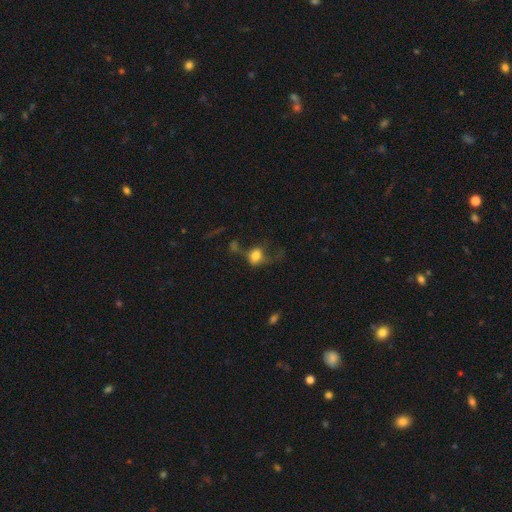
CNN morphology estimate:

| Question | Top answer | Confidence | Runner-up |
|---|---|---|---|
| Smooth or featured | smooth | 64% | featured or disk (23%) |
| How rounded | in between | 52% | round (46%) |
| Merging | major disturbance | 46% | none (26%) |